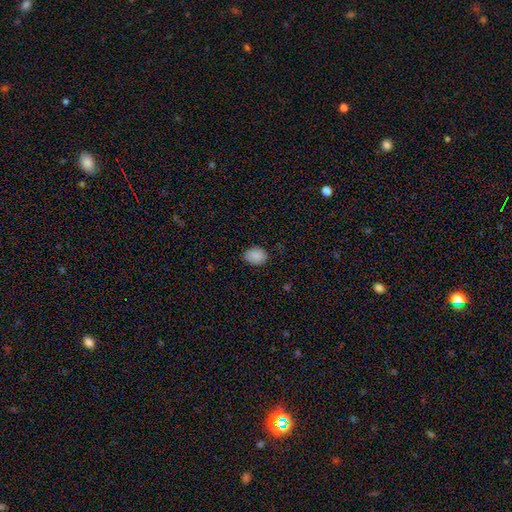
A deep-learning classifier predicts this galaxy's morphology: type=smooth (88%); roundness=in between (64%); merging=none (80%).